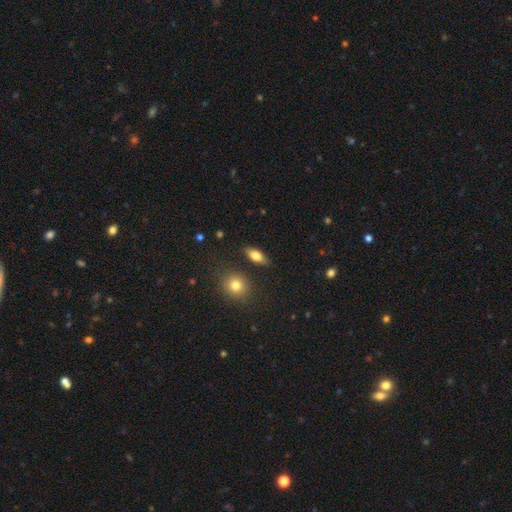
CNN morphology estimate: Overall: smooth (77%). How rounded: in between (79%). Merging: none (85%).